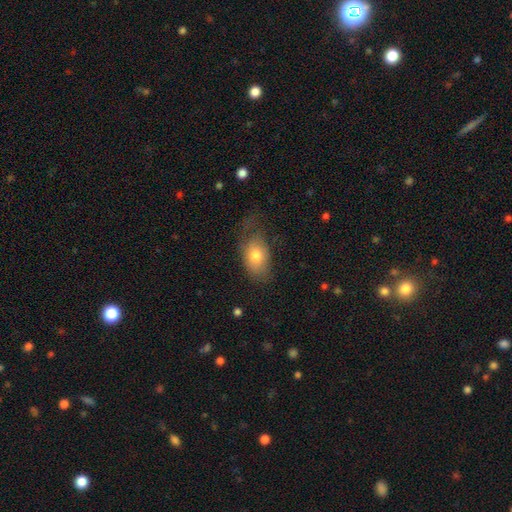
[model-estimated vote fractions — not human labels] The model was most divided on "merging": none: 45%, minor disturbance: 30%, major disturbance: 23%, merger: 2%. More confident: how rounded — in between (85%); smooth or featured — smooth (76%).